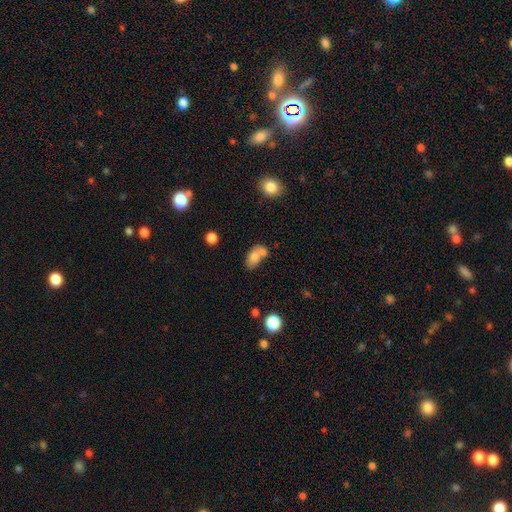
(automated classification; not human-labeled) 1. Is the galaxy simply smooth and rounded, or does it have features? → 76% smooth, 14% featured or disk, 10% star or artifact.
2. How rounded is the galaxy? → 84% in between, 13% round, 3% cigar-shaped.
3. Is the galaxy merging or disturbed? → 51% merger, 31% none, 12% minor disturbance, 6% major disturbance.